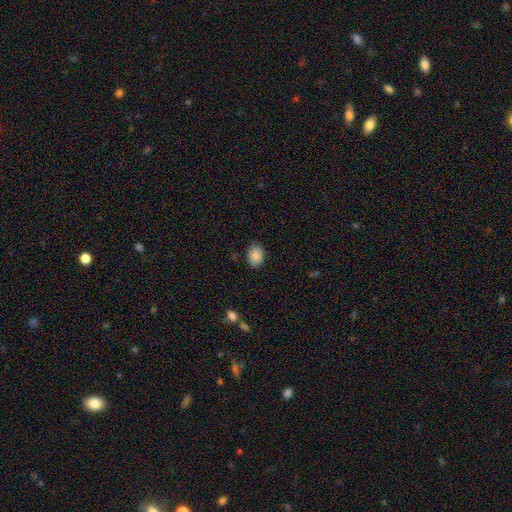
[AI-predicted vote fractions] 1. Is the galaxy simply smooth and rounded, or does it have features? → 88% smooth, 7% star or artifact, 4% featured or disk.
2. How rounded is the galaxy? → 79% in between, 20% round, 1% cigar-shaped.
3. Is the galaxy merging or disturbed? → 83% none, 13% minor disturbance, 3% major disturbance, 1% merger.